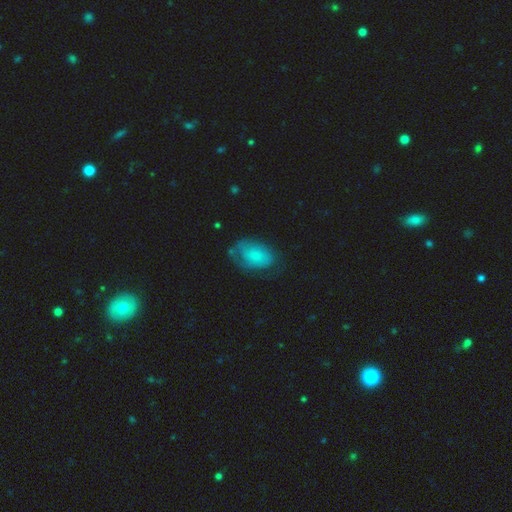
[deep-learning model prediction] Smooth or featured?
  - smooth: 61% *
  - featured or disk: 31%
  - star or artifact: 8%
How rounded?
  - in between: 87% *
  - round: 12%
  - cigar-shaped: 1%
Merging?
  - none: 53% *
  - minor disturbance: 29%
  - major disturbance: 16%
  - merger: 2%